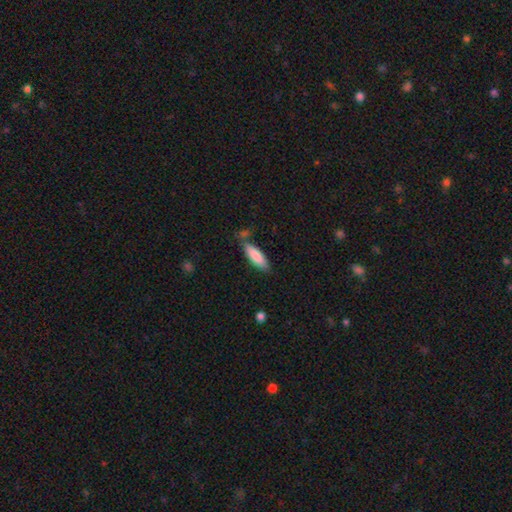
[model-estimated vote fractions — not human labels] Smooth or featured?
  - smooth: 82% *
  - featured or disk: 12%
  - star or artifact: 6%
How rounded?
  - in between: 52% *
  - cigar-shaped: 46%
  - round: 2%
Merging?
  - none: 72% *
  - minor disturbance: 17%
  - merger: 8%
  - major disturbance: 4%